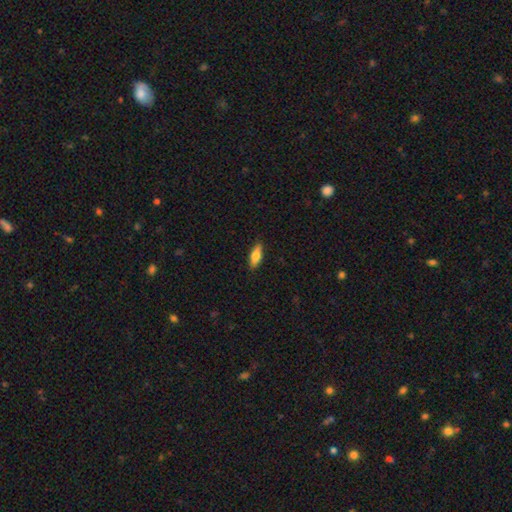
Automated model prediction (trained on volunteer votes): A smooth galaxy with no disk features (77%) that is in between round and cigar-shaped (63%). Merging: none (88%).